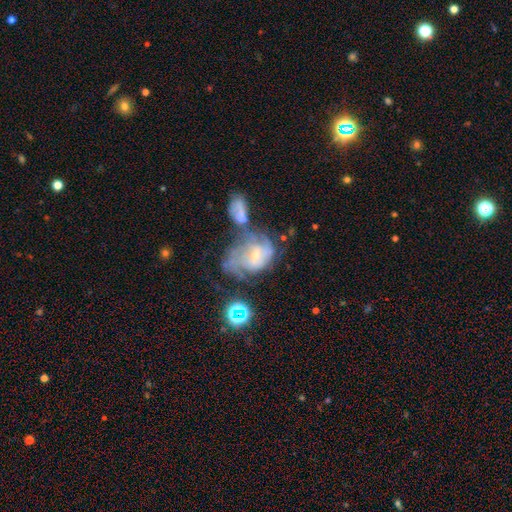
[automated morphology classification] The model was most divided on "merging": merger: 31%, major disturbance: 27%, none: 25%, minor disturbance: 18%. Remaining: edge-on disk — no (97%); spiral arms — yes (80%); smooth or featured — featured or disk (71%); bulge size — small (71%); bar — no (65%); spiral arm count — can't tell (52%); spiral winding — tight (47%).